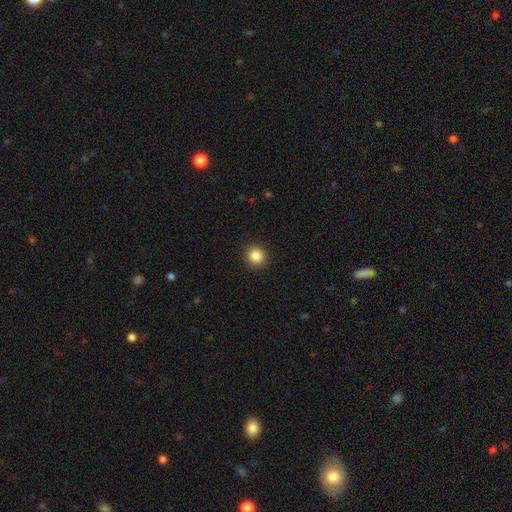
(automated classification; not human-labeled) A smooth galaxy with no disk features (87%) that is round (92%). Merging: none (92%).